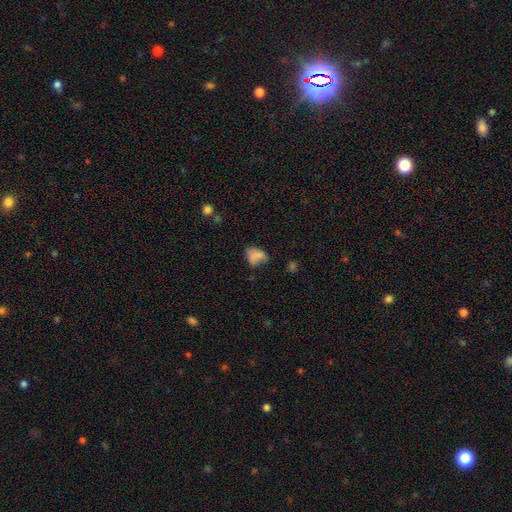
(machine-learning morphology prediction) The model was most divided on "merging": none: 35%, minor disturbance: 31%, major disturbance: 25%, merger: 10%. More confident: how rounded — in between (83%); smooth or featured — smooth (71%).